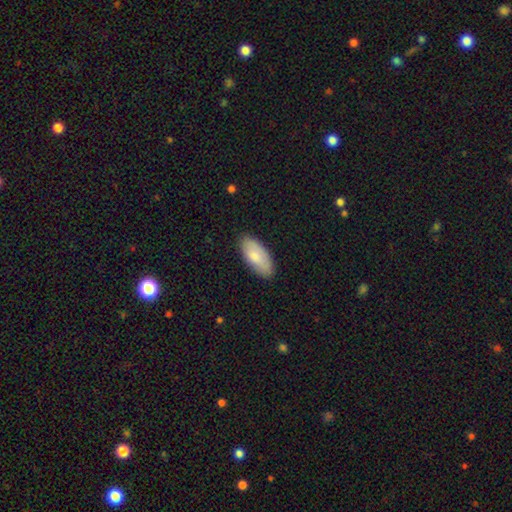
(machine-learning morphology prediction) This is clearly a smooth galaxy (80%). How rounded: clearly in between (90%). Merging: clearly none (84%).